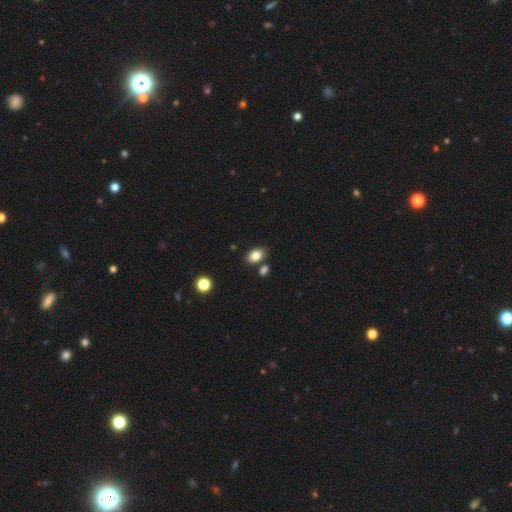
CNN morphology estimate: Smooth or featured? Predicted: smooth (p=0.84). How rounded? Predicted: in between (p=0.85). Merging? Predicted: none (p=0.76).